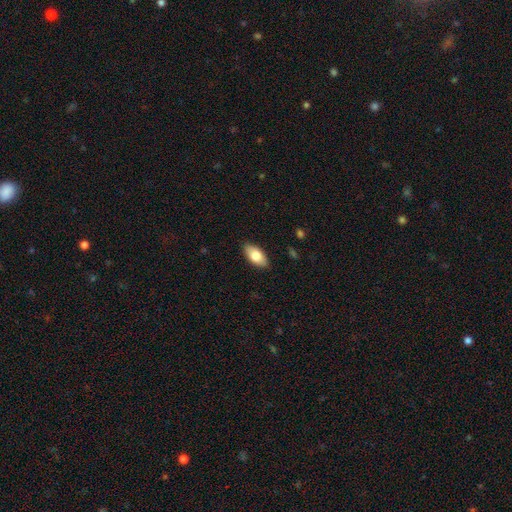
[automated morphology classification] smooth_or_featured: smooth (p=0.82) [alt: featured or disk p=0.12]
how_rounded: in between (p=0.93) [alt: cigar-shaped p=0.04]
merging: none (p=0.88) [alt: minor disturbance p=0.09]